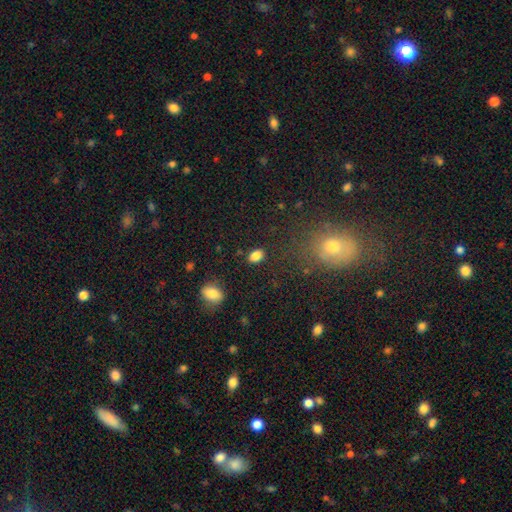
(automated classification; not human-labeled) Overall: smooth (85%). How rounded: in between (82%). Merging: none (85%).